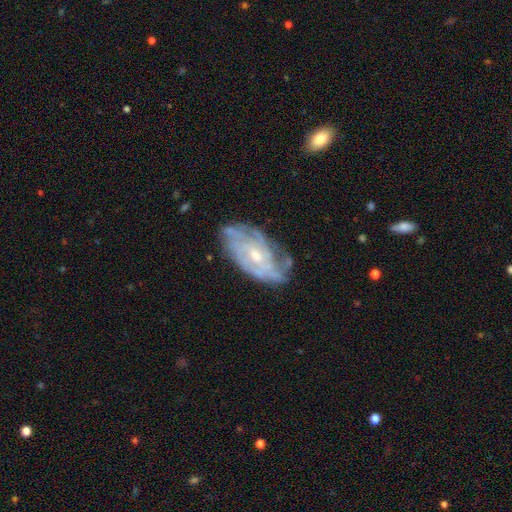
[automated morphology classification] This appears to be a featured or disk galaxy (81%) with no bar (64%), tight (61%) spiral arms (88%) and a small central bulge (50%). Merging: none (65%).